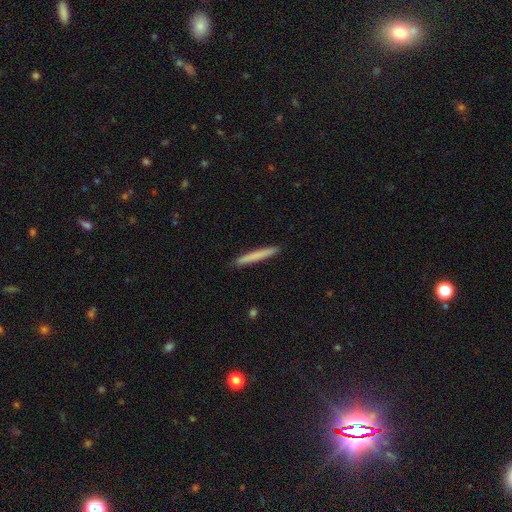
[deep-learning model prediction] Morphology: type=smooth (74%); roundness=cigar-shaped (97%); merging=none (92%).